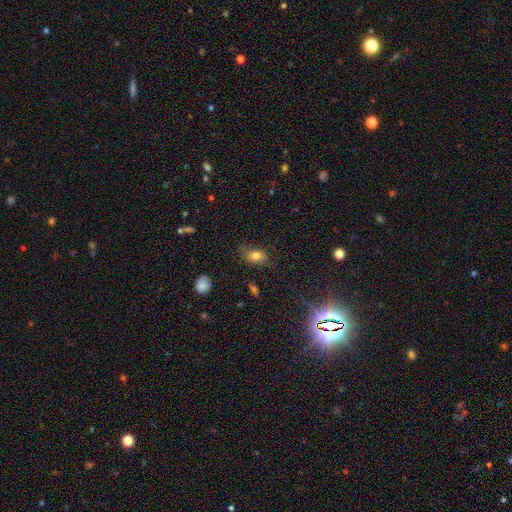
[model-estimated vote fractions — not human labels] smooth-or-featured: smooth: 78% | star or artifact: 12% | featured or disk: 10%
  how-rounded: in between: 80% | round: 17% | cigar-shaped: 3%
  merging: none: 69% | minor disturbance: 21% | major disturbance: 8% | merger: 2%